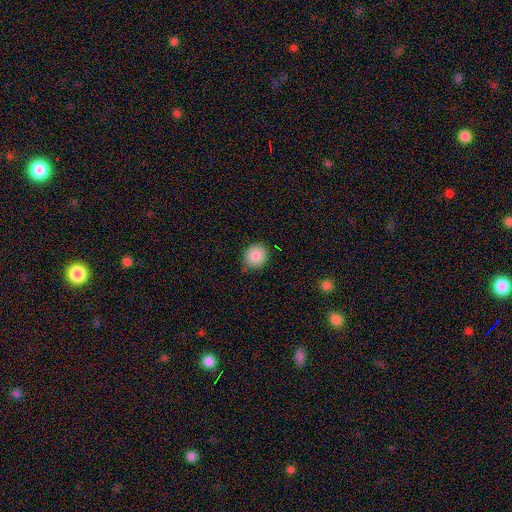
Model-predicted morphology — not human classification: The model was most divided on "how rounded": round: 81%, in between: 18%, cigar-shaped: 1%. More confident: smooth or featured — smooth (86%); merging — none (82%).